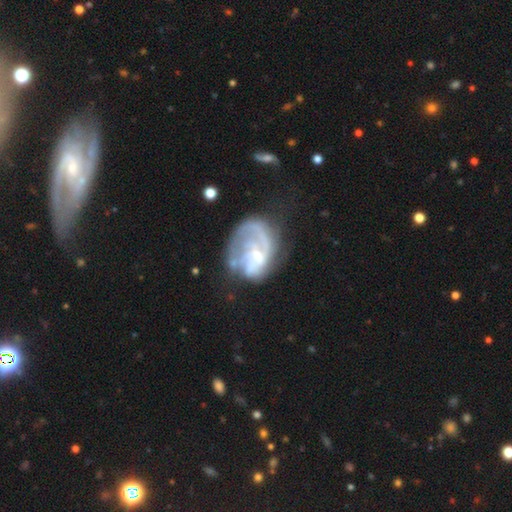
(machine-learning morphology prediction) Smooth or featured? Predicted: featured or disk (p=0.74). Edge-on disk? Predicted: no (p=0.98). Bar? Predicted: no (p=0.54). Spiral arms? Predicted: yes (p=0.75). Spiral winding? Predicted: medium (p=0.37). Spiral arm count? Predicted: can't tell (p=0.31). Bulge size? Predicted: small (p=0.48). Merging? Predicted: major disturbance (p=0.37).